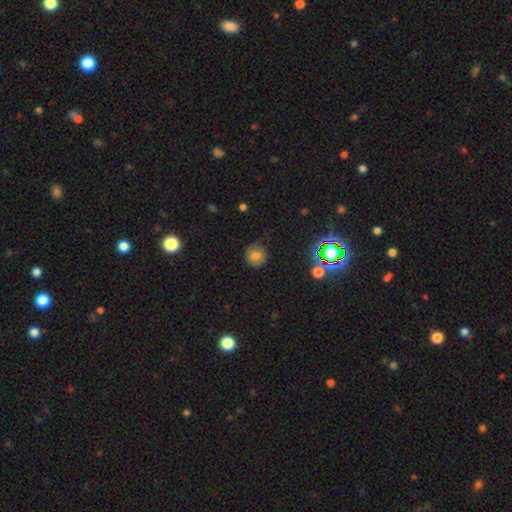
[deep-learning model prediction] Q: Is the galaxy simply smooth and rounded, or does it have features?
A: smooth — 71%.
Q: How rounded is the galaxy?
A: round — 91%.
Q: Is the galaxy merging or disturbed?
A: none — 84%.